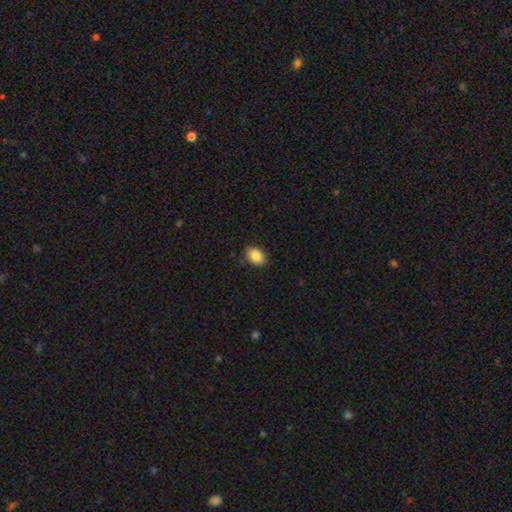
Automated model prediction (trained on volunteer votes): Q: Smooth or featured?
A: smooth (88%); runner-up: star or artifact (8%)
Q: How rounded?
A: in between (80%); runner-up: round (19%)
Q: Merging?
A: none (88%); runner-up: minor disturbance (9%)